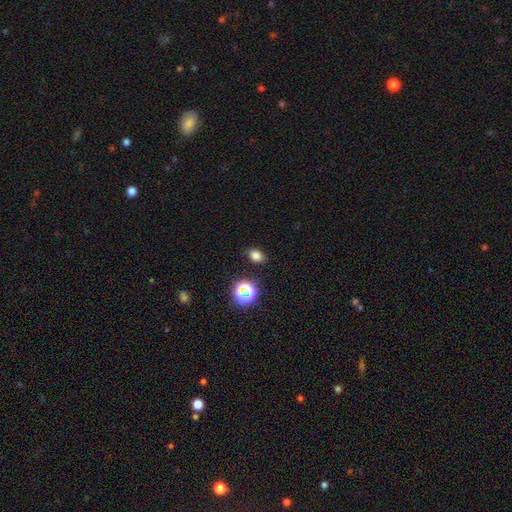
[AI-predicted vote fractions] Morphology: type=smooth (76%); roundness=in between (74%); merging=none (86%).